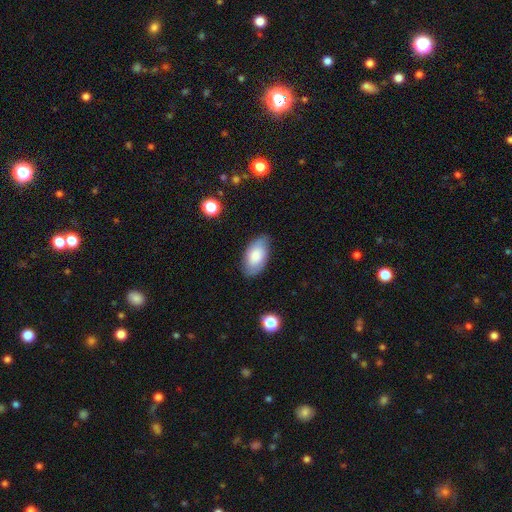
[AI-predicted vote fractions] smooth-or-featured: smooth: 74% | featured or disk: 19% | star or artifact: 7%
  how-rounded: in between: 95% | round: 3% | cigar-shaped: 2%
  merging: none: 78% | minor disturbance: 17% | major disturbance: 3% | merger: 1%